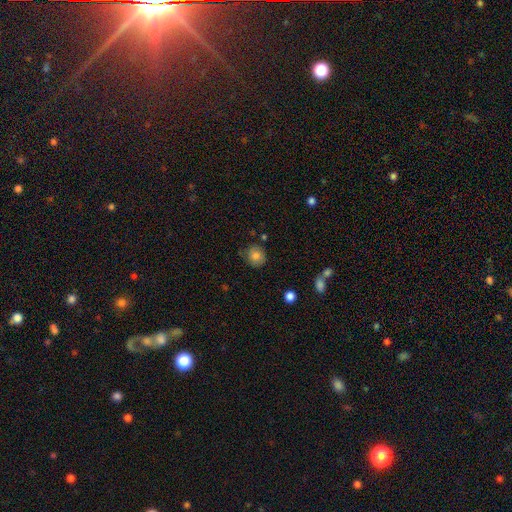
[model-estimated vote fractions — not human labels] Morphology: type=smooth (79%); roundness=round (87%); merging=none (79%).